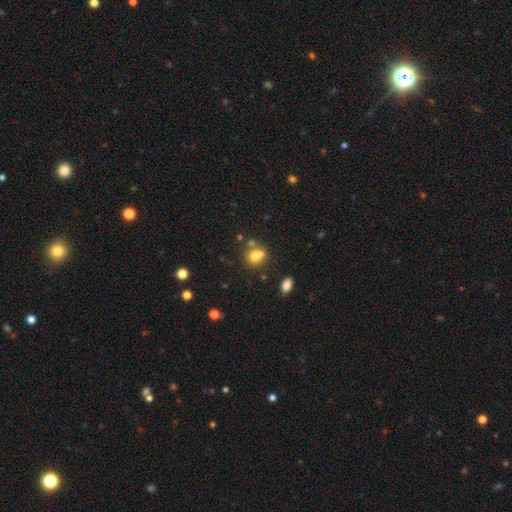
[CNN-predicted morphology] smooth_or_featured: smooth (p=0.73) [alt: featured or disk p=0.14]
how_rounded: round (p=0.71) [alt: in between p=0.27]
merging: none (p=0.50) [alt: merger p=0.32]